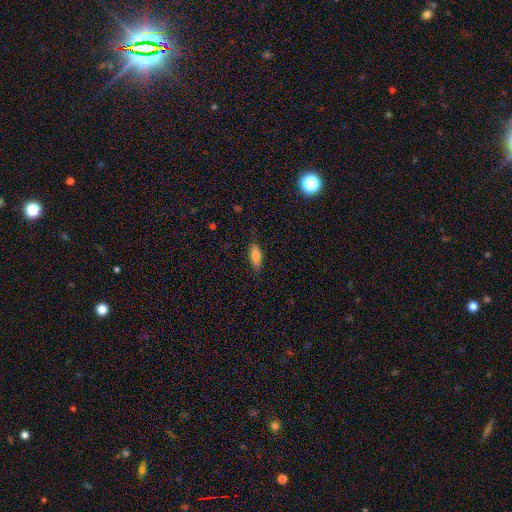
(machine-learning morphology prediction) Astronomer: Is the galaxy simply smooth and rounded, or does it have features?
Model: smooth — 78%.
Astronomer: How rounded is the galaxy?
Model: in between — 71%.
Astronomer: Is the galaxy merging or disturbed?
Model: none — 83%.